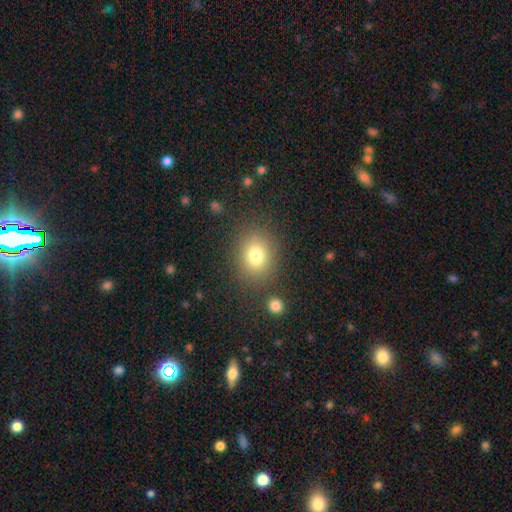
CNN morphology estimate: A smooth galaxy with no disk features (78%) that is round (61%).

Vote fractions:
- Smooth or featured? smooth: 78% / star or artifact: 13% / featured or disk: 10%
- How rounded? round: 61% / in between: 38% / cigar-shaped: 1%
- Merging? none: 81% / minor disturbance: 10% / major disturbance: 5% / merger: 4%